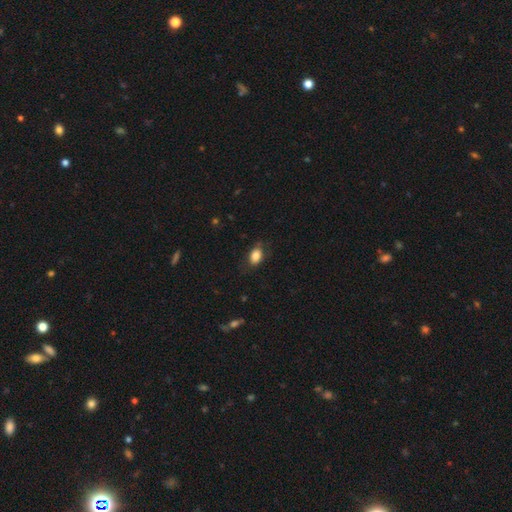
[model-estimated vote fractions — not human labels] Smooth or featured? Predicted: smooth (p=0.82). How rounded? Predicted: in between (p=0.85). Merging? Predicted: none (p=0.71).